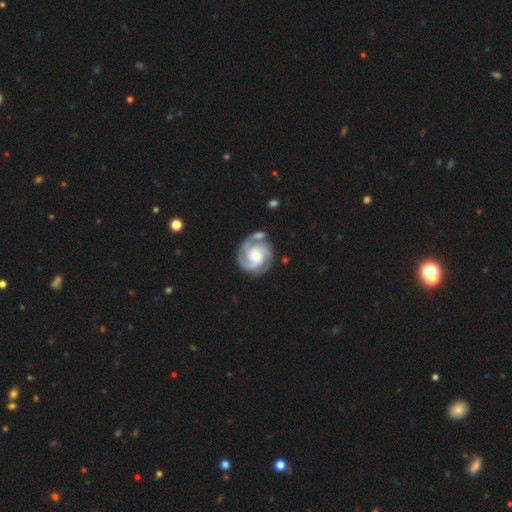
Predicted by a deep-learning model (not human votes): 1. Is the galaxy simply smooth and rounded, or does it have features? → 90% featured or disk, 6% smooth, 4% star or artifact.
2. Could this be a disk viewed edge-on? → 98% no, 2% yes.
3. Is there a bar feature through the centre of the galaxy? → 61% no, 30% weak, 9% strong.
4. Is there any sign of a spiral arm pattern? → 98% yes, 2% no.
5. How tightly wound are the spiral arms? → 60% tight, 35% medium, 5% loose.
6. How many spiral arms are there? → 47% 2, 38% 3, 6% can't tell, 4% 4, 3% 1, 3% more than 4.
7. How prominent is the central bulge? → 48% small, 44% moderate, 5% large, 2% none, 1% dominant.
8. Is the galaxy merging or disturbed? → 67% none, 15% minor disturbance, 12% merger, 6% major disturbance.